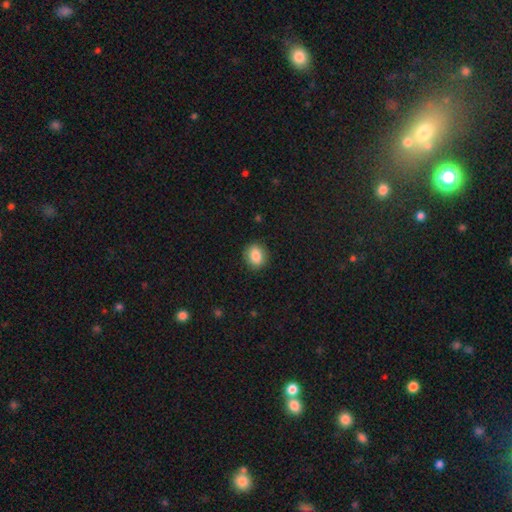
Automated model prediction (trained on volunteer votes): This appears to be a smooth galaxy with no disk features (85%) that is round (54%). Merging: none (88%).